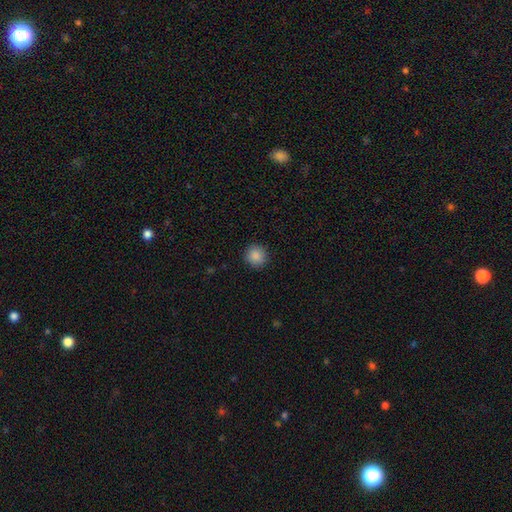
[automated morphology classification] Smooth or featured: smooth — 88% (star or artifact — 9%)
How rounded: round — 93% (in between — 6%)
Merging: none — 91% (minor disturbance — 6%)